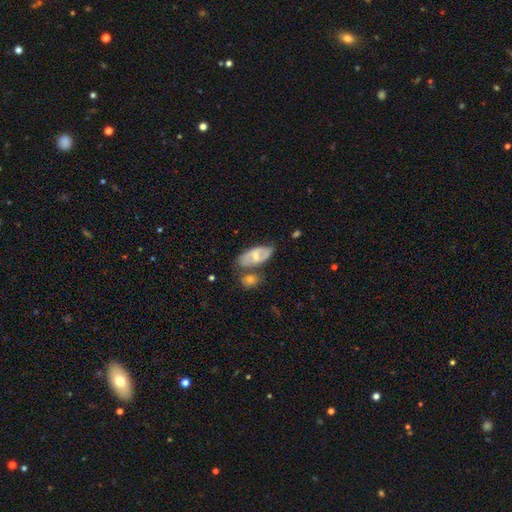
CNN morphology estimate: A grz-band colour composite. It shows a featured or disk galaxy (52%). Merging: none (55%).